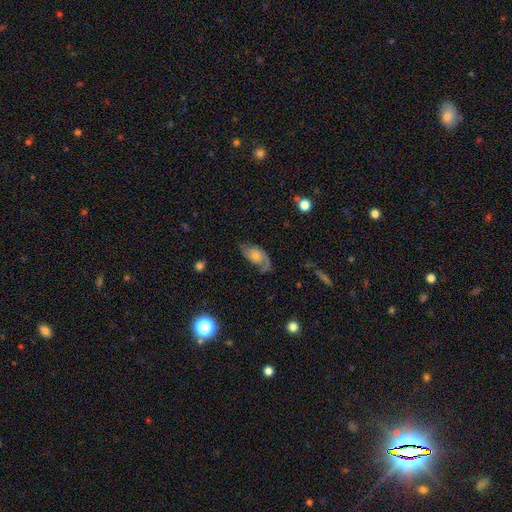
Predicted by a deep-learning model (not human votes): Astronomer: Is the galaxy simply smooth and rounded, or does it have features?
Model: featured or disk — 69%.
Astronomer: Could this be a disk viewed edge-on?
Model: no — 95%.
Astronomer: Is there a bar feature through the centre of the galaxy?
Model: no — 69%.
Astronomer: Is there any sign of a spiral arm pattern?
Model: yes — 91%.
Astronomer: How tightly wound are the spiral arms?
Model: medium — 44% (runner-up: loose, 30%).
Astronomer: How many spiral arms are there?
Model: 2 — 66%.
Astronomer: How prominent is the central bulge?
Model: moderate — 41% (runner-up: small, 38%).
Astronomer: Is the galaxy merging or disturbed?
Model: none — 60%.